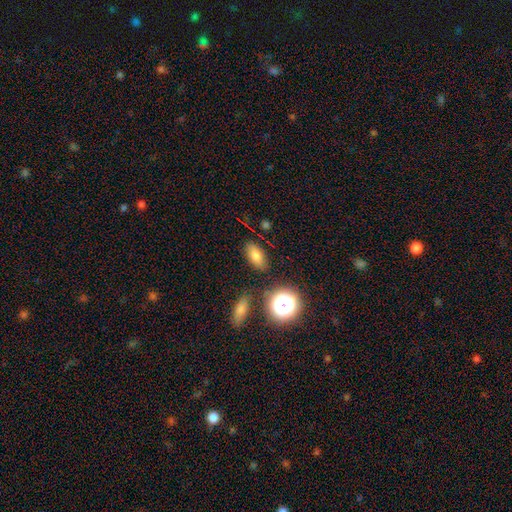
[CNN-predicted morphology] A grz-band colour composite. It shows a smooth galaxy with no disk features (76%) that is in between round and cigar-shaped (84%). Merging: none (81%).